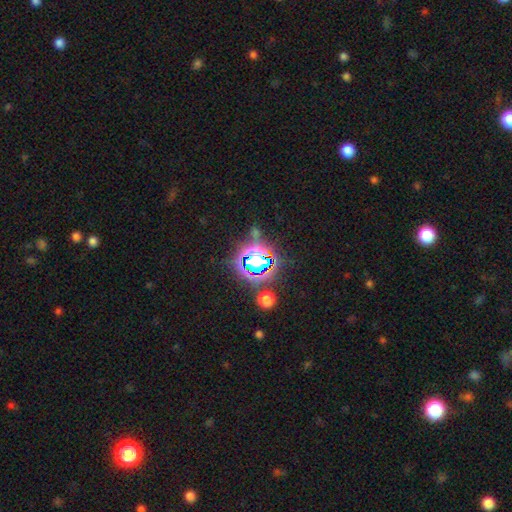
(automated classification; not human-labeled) Overall: star or artifact (81%).